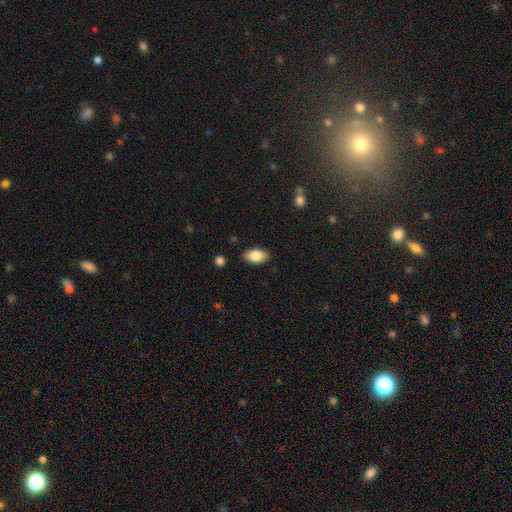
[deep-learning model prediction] Morphology: type=smooth (83%); roundness=in between (93%); merging=none (87%).